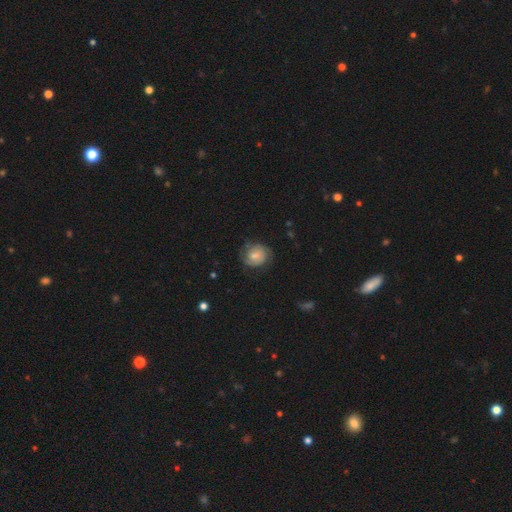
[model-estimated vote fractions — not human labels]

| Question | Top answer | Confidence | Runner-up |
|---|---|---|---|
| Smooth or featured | featured or disk | 51% | smooth (41%) |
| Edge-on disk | no | 98% | yes (2%) |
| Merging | none | 69% | minor disturbance (20%) |